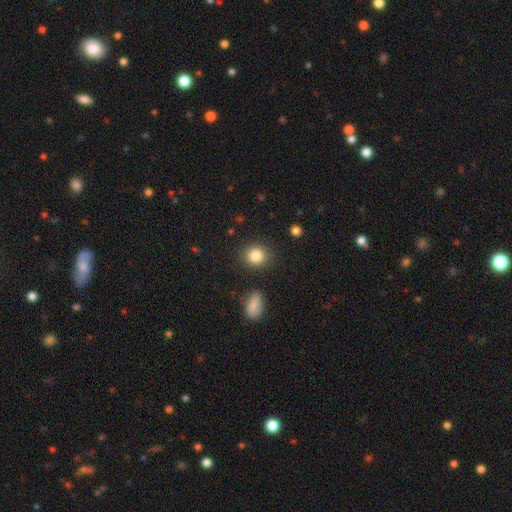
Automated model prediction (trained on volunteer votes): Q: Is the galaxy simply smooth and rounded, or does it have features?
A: smooth — 85%.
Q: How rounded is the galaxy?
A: round — 79%.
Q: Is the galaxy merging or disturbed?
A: none — 87%.